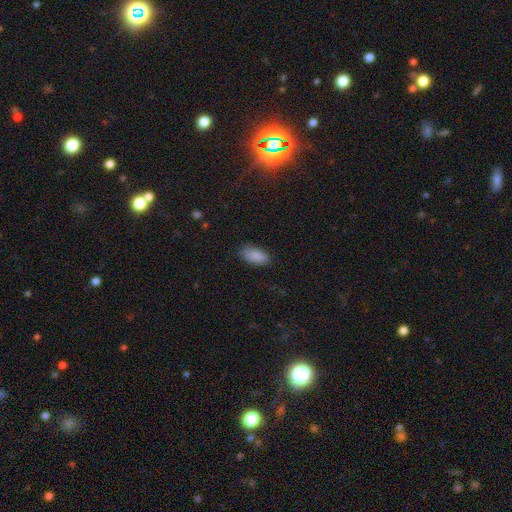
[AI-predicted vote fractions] Morphology: type=smooth (88%); roundness=in between (92%); merging=none (85%).